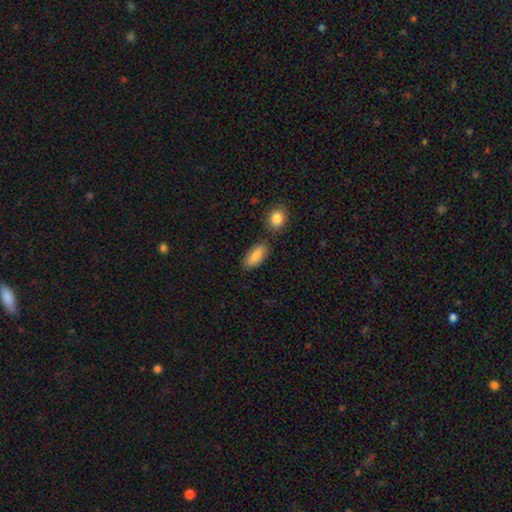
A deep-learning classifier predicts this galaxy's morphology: Q: Smooth or featured?
A: smooth (84%); runner-up: featured or disk (10%)
Q: How rounded?
A: in between (81%); runner-up: cigar-shaped (17%)
Q: Merging?
A: none (77%); runner-up: minor disturbance (12%)